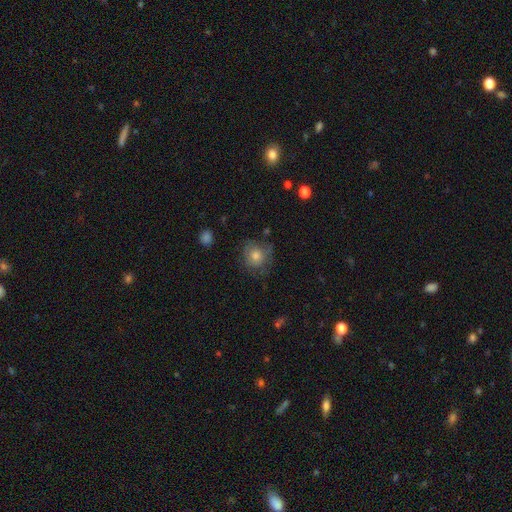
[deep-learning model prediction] Smooth or featured: smooth — 64% (featured or disk — 24%)
How rounded: round — 82% (in between — 17%)
Merging: none — 66% (minor disturbance — 22%)